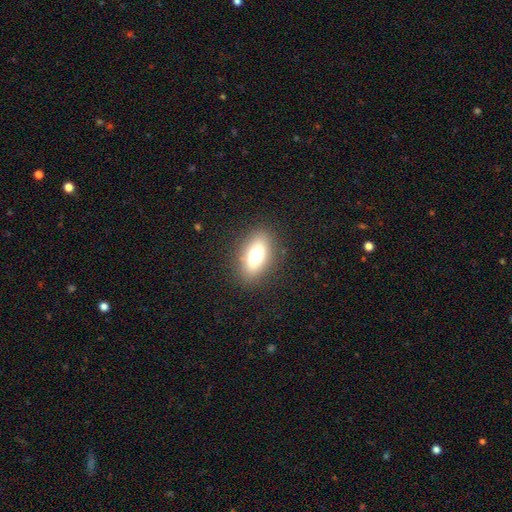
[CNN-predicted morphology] Overall: smooth (72%). How rounded: in between (84%). Merging: none (85%).